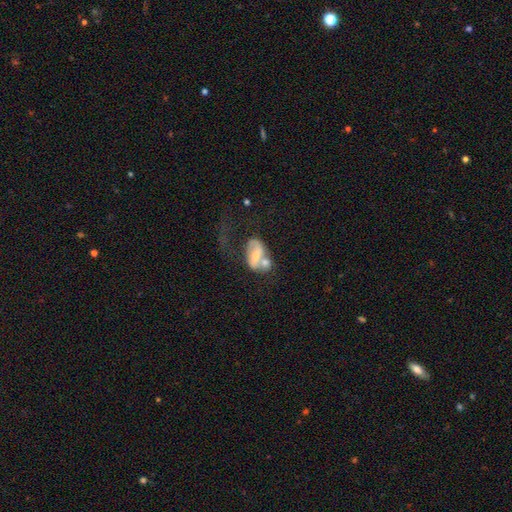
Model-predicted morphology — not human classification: type=featured or disk (60%); edge-on=no (94%); bar=no (53%); spiral arms=no (51%); bulge=moderate (56%); merging=merger (48%).